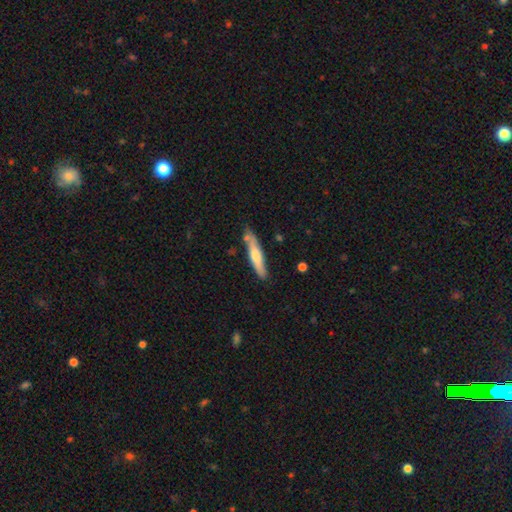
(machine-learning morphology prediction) This is possibly a smooth galaxy (56%). How rounded: clearly cigar-shaped (87%). Merging: likely none (75%).